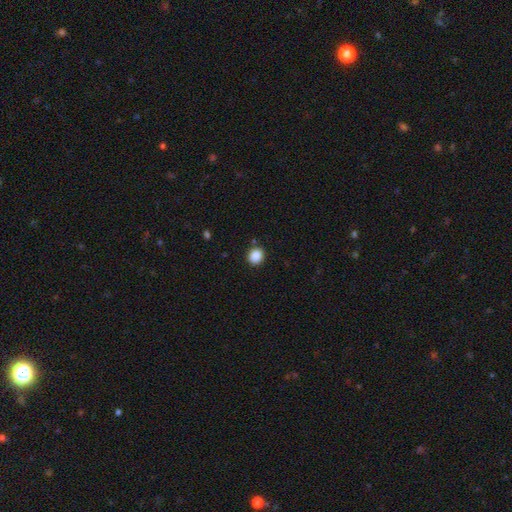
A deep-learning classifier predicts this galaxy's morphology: Smooth or featured: smooth — 88% (star or artifact — 10%)
How rounded: round — 78% (in between — 21%)
Merging: none — 88% (minor disturbance — 7%)